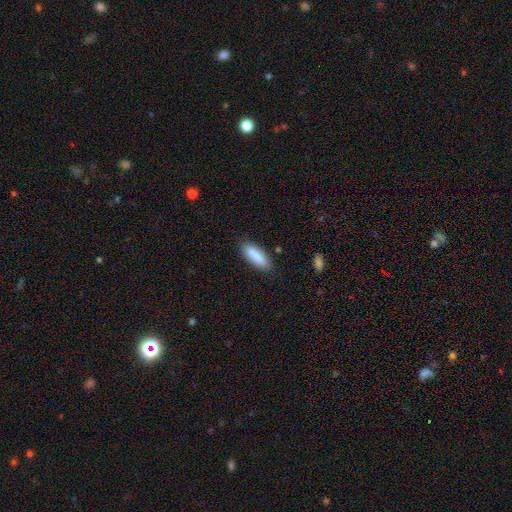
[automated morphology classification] Smooth or featured?
  - smooth: 87% *
  - star or artifact: 6%
  - featured or disk: 6%
How rounded?
  - in between: 63% *
  - cigar-shaped: 36%
  - round: 2%
Merging?
  - none: 84% *
  - minor disturbance: 11%
  - major disturbance: 2%
  - merger: 2%